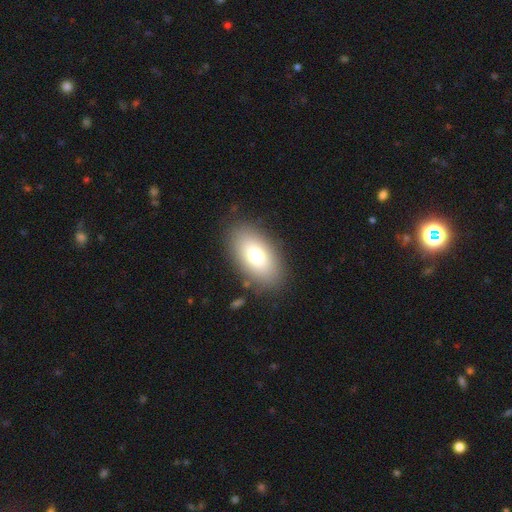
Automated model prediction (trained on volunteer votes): A smooth galaxy with no disk features (75%) that is in between round and cigar-shaped (93%).

Vote fractions:
- Smooth or featured? smooth: 75% / featured or disk: 16% / star or artifact: 8%
- How rounded? in between: 93% / round: 5% / cigar-shaped: 2%
- Merging? none: 86% / minor disturbance: 9% / major disturbance: 3% / merger: 2%